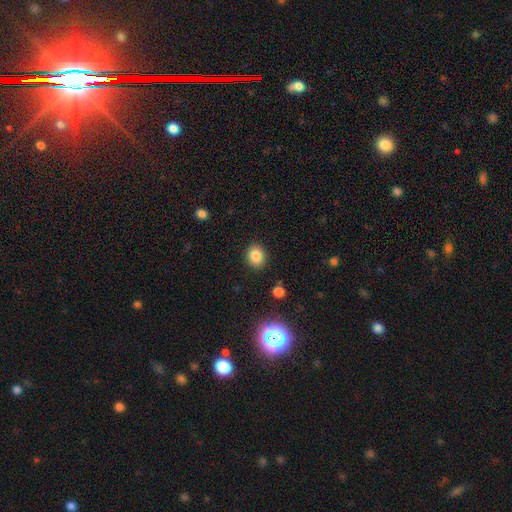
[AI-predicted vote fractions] This appears to be a smooth galaxy with no disk features (84%) that is round (57%). Merging: none (88%).